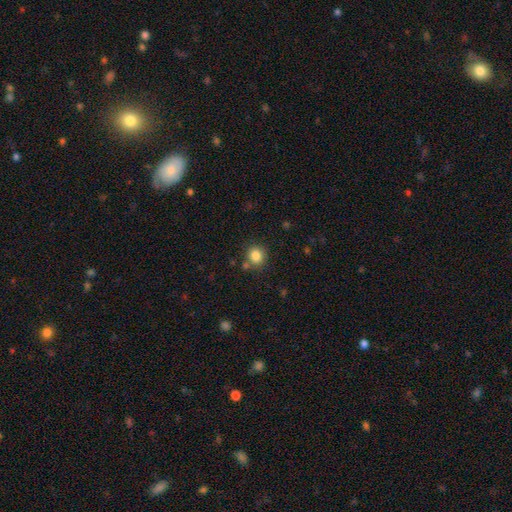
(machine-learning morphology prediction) Smooth or featured? smooth (84%)
How rounded? round (85%)
Merging? none (80%)